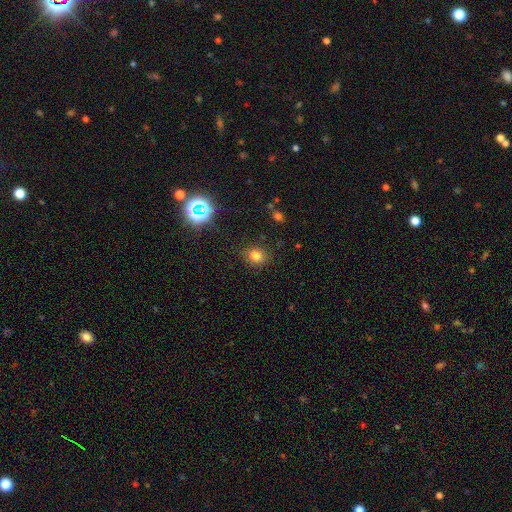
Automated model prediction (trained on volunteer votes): A smooth galaxy with no disk features (76%) that is round (71%). Merging: none (84%).